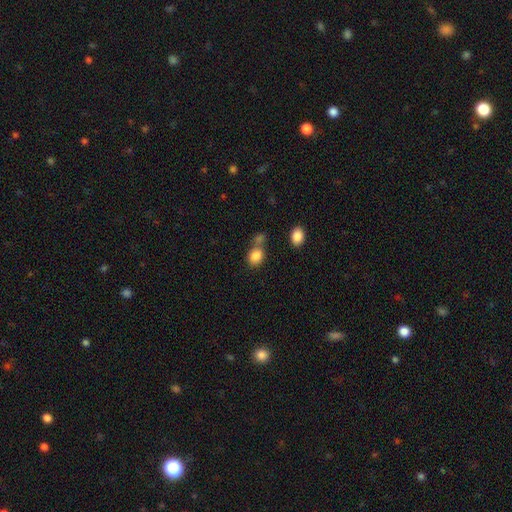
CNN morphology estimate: This is clearly a smooth galaxy (85%). How rounded: possibly round (50%). Merging: possibly none (52%).